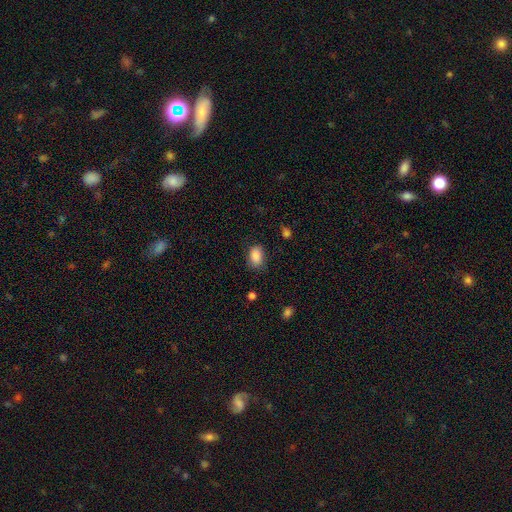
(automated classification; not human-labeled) The model was most divided on "merging": none: 79%, minor disturbance: 16%, major disturbance: 4%, merger: 1%. More confident: smooth or featured — smooth (88%); how rounded — in between (83%).